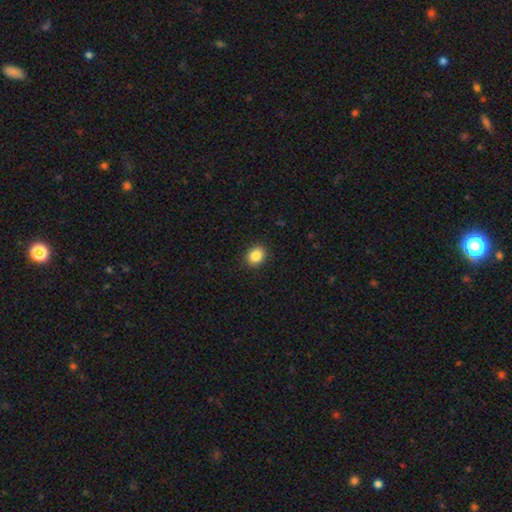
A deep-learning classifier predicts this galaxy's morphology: A smooth galaxy with no disk features (86%) that is round (57%). Merging: none (90%).